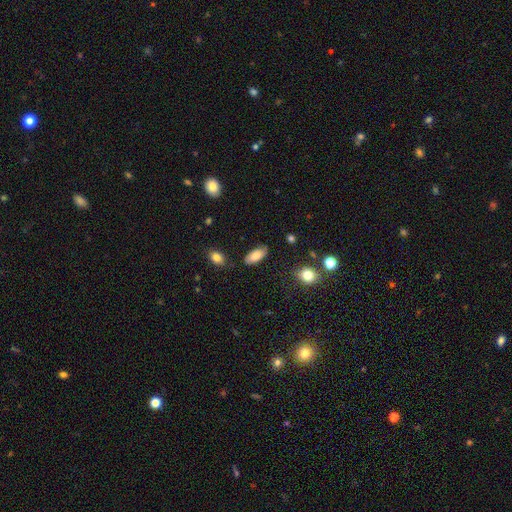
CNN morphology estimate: smooth_or_featured: smooth (p=0.76) [alt: featured or disk p=0.16]
how_rounded: in between (p=0.90) [alt: cigar-shaped p=0.07]
merging: none (p=0.78) [alt: minor disturbance p=0.16]